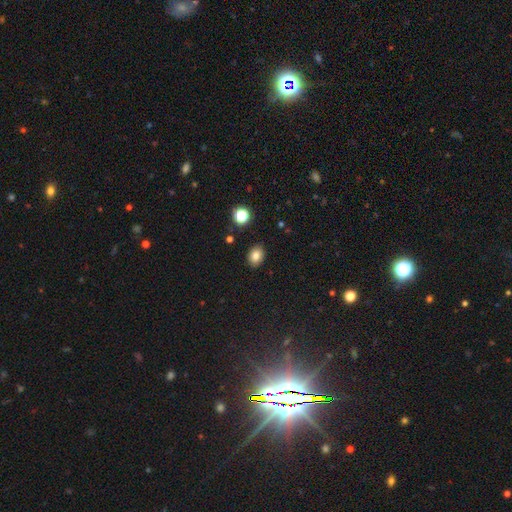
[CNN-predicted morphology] The model was most divided on "how rounded": in between: 65%, round: 34%, cigar-shaped: 1%. More confident: merging — none (88%); smooth or featured — smooth (82%).